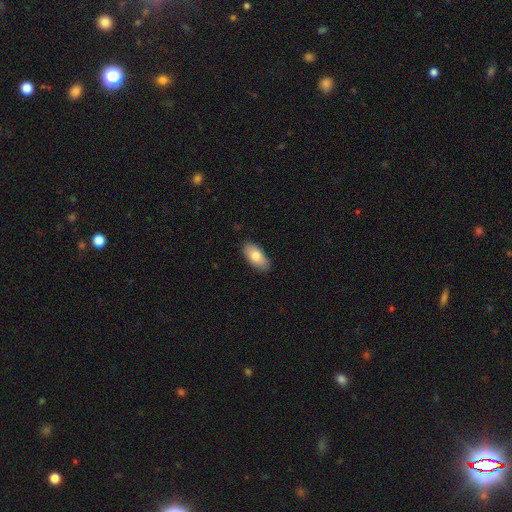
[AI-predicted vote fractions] The model was most divided on "smooth or featured": smooth: 79%, featured or disk: 14%, star or artifact: 6%. More confident: how rounded — in between (92%); merging — none (87%).